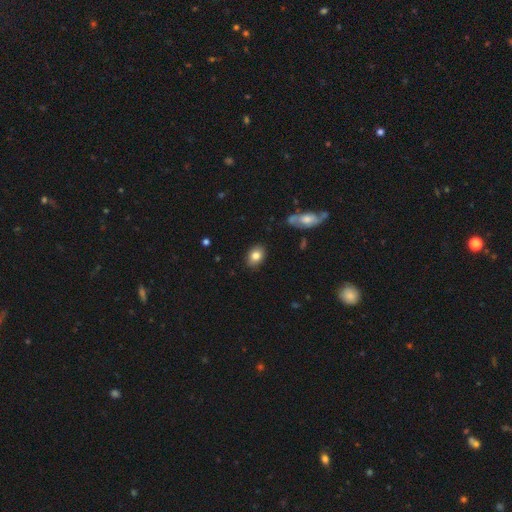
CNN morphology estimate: Overall: smooth (82%). How rounded: in between (76%). Merging: none (87%).